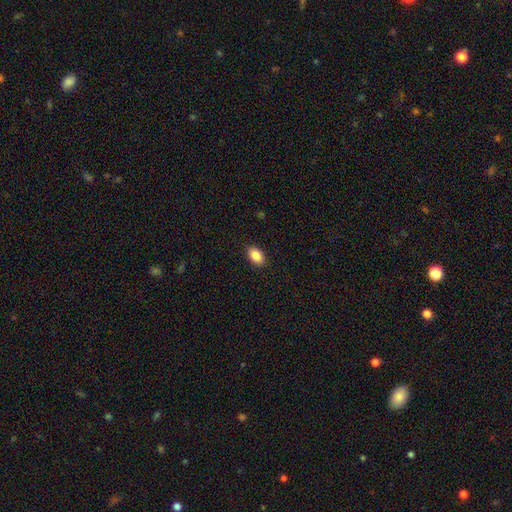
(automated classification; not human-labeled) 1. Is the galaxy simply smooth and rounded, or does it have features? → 87% smooth, 8% star or artifact, 5% featured or disk.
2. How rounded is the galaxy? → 88% in between, 11% round, 1% cigar-shaped.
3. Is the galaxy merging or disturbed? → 89% none, 8% minor disturbance, 2% major disturbance, 1% merger.